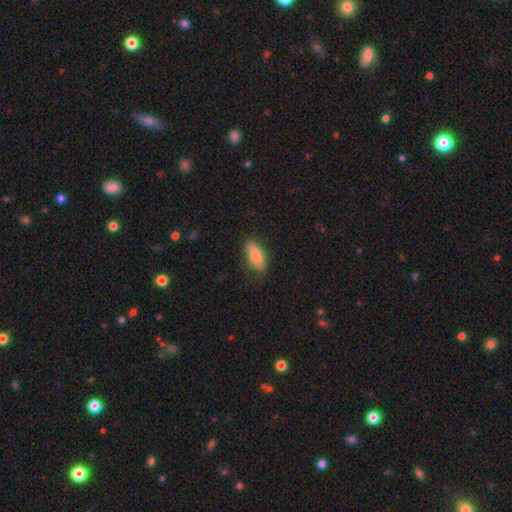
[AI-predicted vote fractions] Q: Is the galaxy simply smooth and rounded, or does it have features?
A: smooth — 84%.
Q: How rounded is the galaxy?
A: in between — 84%.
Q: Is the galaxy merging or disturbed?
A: none — 73%.